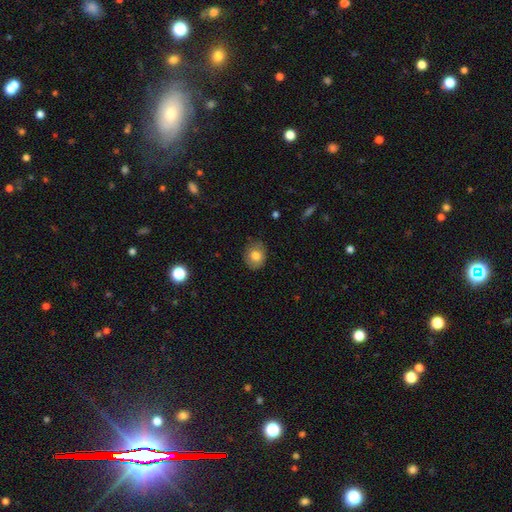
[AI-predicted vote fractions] Morphology: type=smooth (79%); roundness=round (63%); merging=none (83%).